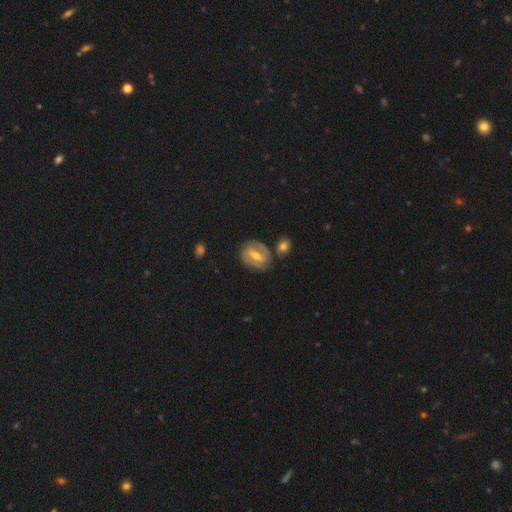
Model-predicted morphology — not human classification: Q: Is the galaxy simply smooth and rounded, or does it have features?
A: featured or disk — 64%.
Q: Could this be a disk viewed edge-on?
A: no — 92%.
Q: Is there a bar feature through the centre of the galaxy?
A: strong — 51%.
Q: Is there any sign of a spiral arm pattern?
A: yes — 63%.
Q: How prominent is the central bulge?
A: moderate — 62%.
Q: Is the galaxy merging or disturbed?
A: none — 71%.